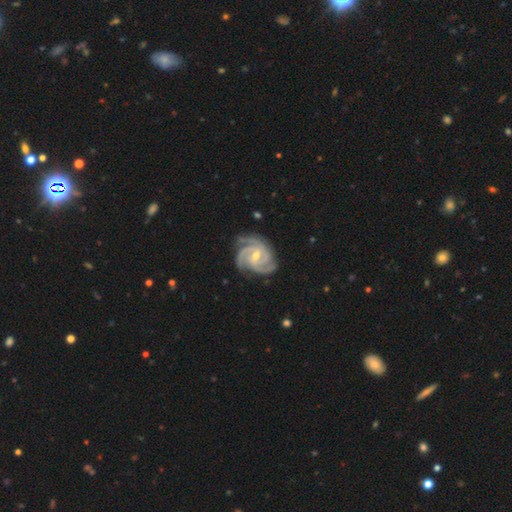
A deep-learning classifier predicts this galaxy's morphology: smooth_or_featured: featured or disk (p=0.94) [alt: star or artifact p=0.03]
disk_edge_on: no (p=0.98) [alt: yes p=0.02]
bar: weak (p=0.45) [alt: no p=0.40]
has_spiral_arms: yes (p=0.99) [alt: no p=0.01]
spiral_winding: tight (p=0.67) [alt: medium p=0.30]
spiral_arm_count: 3 (p=0.49) [alt: 4 p=0.31]
bulge_size: small (p=0.49) [alt: moderate p=0.48]
merging: none (p=0.78) [alt: minor disturbance p=0.17]